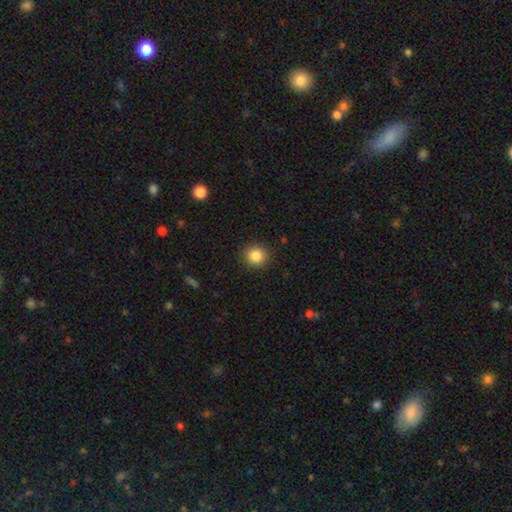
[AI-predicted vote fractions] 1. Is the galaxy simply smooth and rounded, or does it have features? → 86% smooth, 10% star or artifact, 4% featured or disk.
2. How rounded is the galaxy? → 90% round, 10% in between, 1% cigar-shaped.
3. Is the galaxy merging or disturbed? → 90% none, 7% minor disturbance, 2% major disturbance, 1% merger.